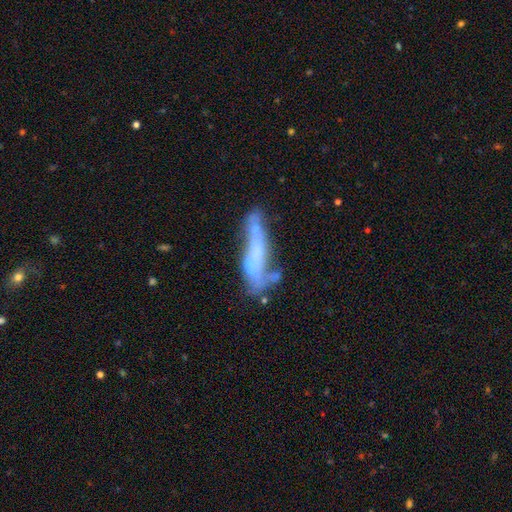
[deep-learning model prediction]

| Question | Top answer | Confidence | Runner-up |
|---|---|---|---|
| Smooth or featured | featured or disk | 61% | smooth (29%) |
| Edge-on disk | no | 65% | yes (35%) |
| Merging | merger | 30% | tied: none (30%) |